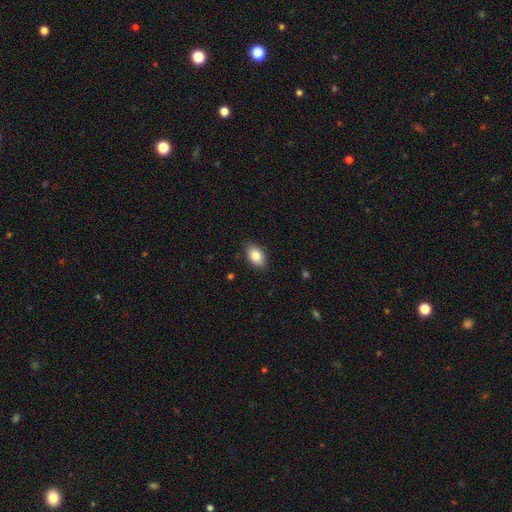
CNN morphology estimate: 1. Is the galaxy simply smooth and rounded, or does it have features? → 85% smooth, 8% featured or disk, 7% star or artifact.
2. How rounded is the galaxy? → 90% in between, 9% round, 2% cigar-shaped.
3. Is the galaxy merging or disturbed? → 86% none, 11% minor disturbance, 2% major disturbance, 1% merger.